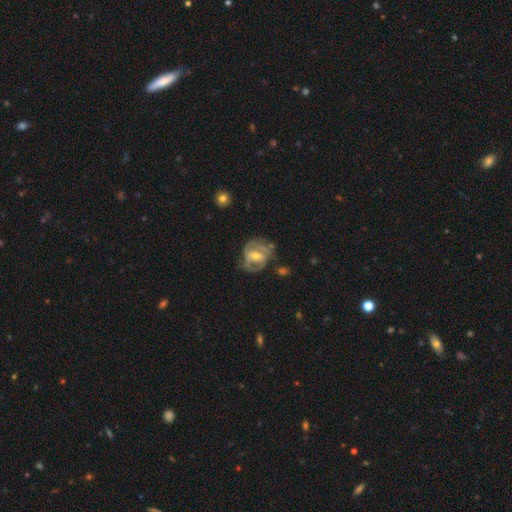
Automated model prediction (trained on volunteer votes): Overall: featured or disk (78%). Edge-on disk: no (97%). Bar: weak (44%; no 28%). Spiral arms: yes (81%). Spiral arm count: 2 (59%; can't tell 21%). Spiral winding: tight (43%; medium 42%). Bulge size: moderate (59%; small 34%). Merging: none (57%; minor disturbance 24%).